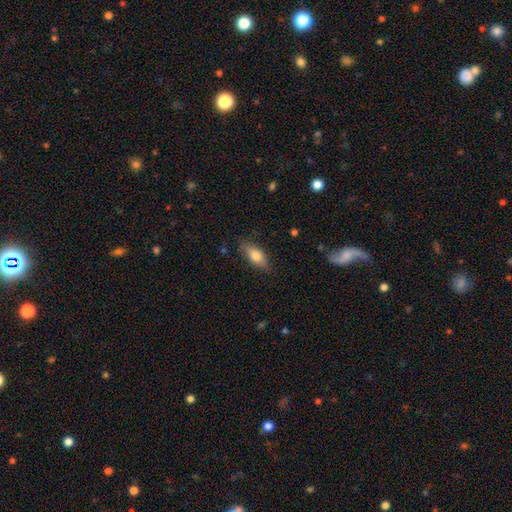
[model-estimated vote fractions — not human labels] This is likely a smooth galaxy (74%). How rounded: likely in between (80%). Merging: clearly none (81%).